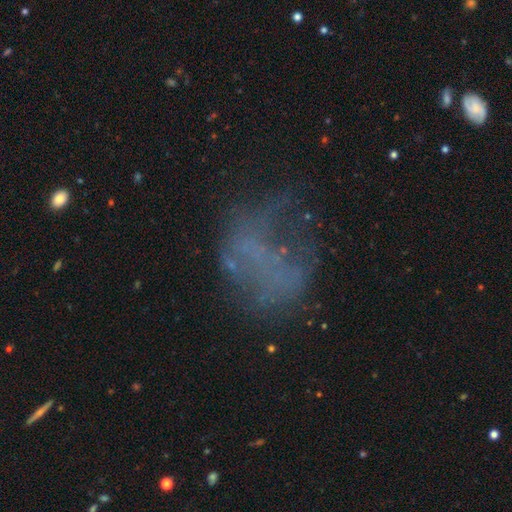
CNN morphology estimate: featured or disk 44%, smooth 29%, star or artifact 27%. Down the decision tree: merging — none (45%).